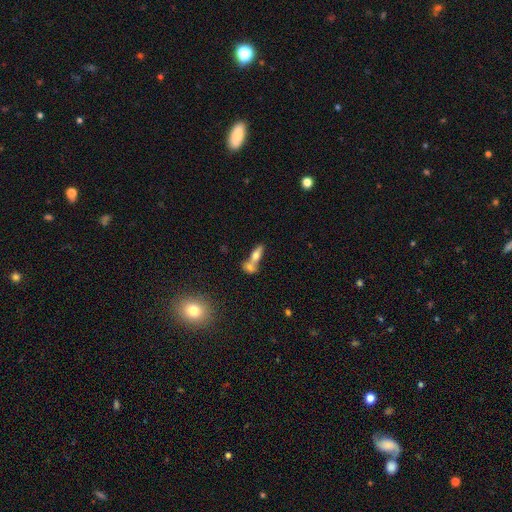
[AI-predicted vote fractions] smooth 61%, featured or disk 28%, star or artifact 10%. Down the decision tree: how rounded — in between (64%); merging — merger (58%).